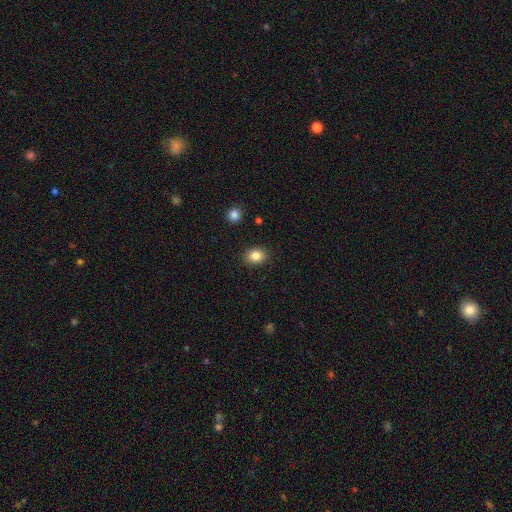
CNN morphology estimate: Smooth or featured?
  - smooth: 86% *
  - star or artifact: 9%
  - featured or disk: 5%
How rounded?
  - in between: 61% *
  - round: 39%
  - cigar-shaped: 1%
Merging?
  - none: 88% *
  - minor disturbance: 8%
  - major disturbance: 2%
  - merger: 1%